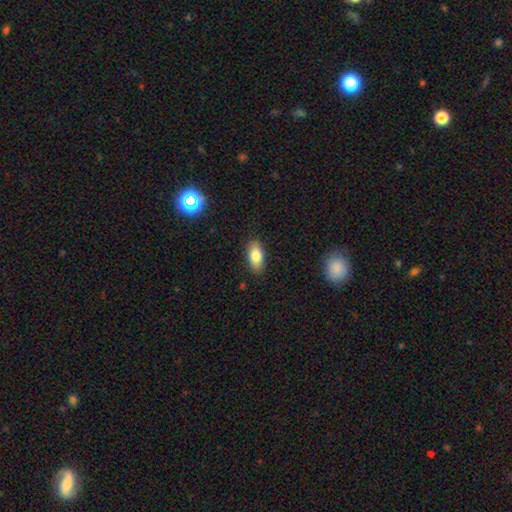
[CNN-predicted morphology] A smooth galaxy with no disk features (81%) that is in between round and cigar-shaped (87%).

Vote fractions:
- Smooth or featured? smooth: 81% / featured or disk: 12% / star or artifact: 8%
- How rounded? in between: 87% / cigar-shaped: 9% / round: 3%
- Merging? none: 87% / minor disturbance: 10% / major disturbance: 2% / merger: 1%